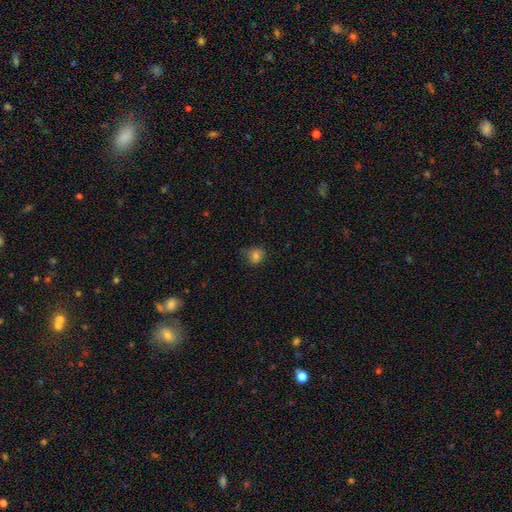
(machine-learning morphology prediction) smooth 80%, star or artifact 12%, featured or disk 8%. Down the decision tree: how rounded — round (79%); merging — none (70%).